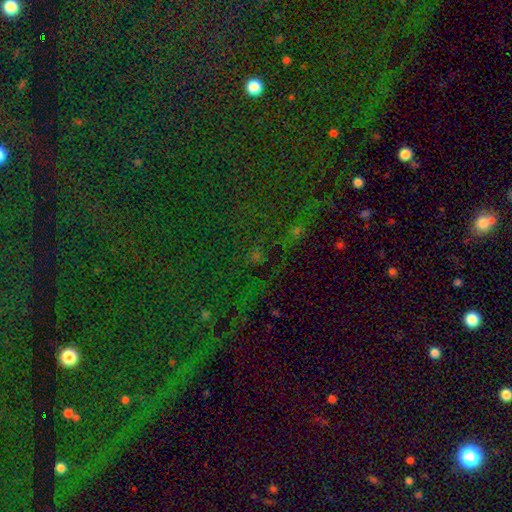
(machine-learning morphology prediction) Smooth or featured: star or artifact — 73% (smooth — 18%)